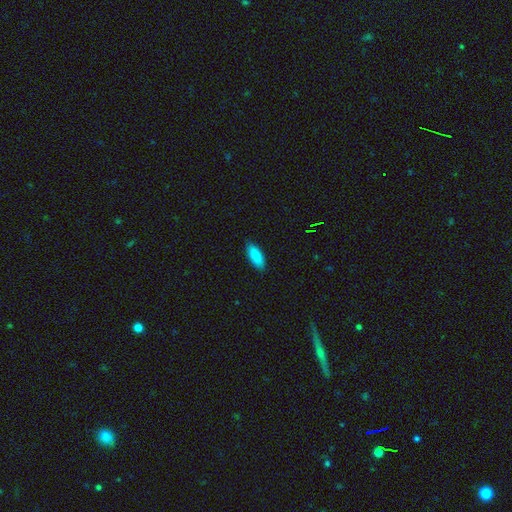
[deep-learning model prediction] Morphology: type=smooth (89%); roundness=in between (73%); merging=none (86%).